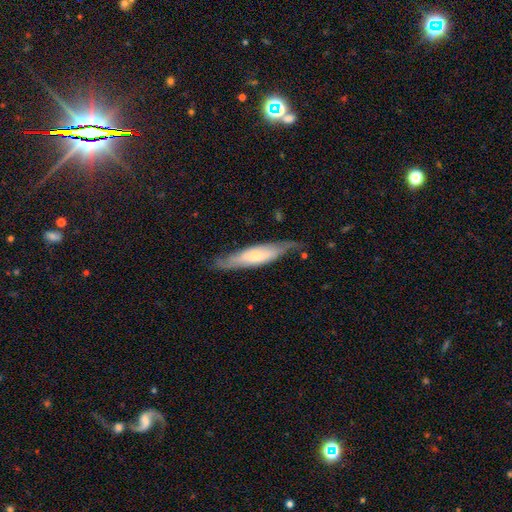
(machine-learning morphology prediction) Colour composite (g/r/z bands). It shows a featured or disk galaxy (54%) viewed edge-on (55%). Merging: none (70%).